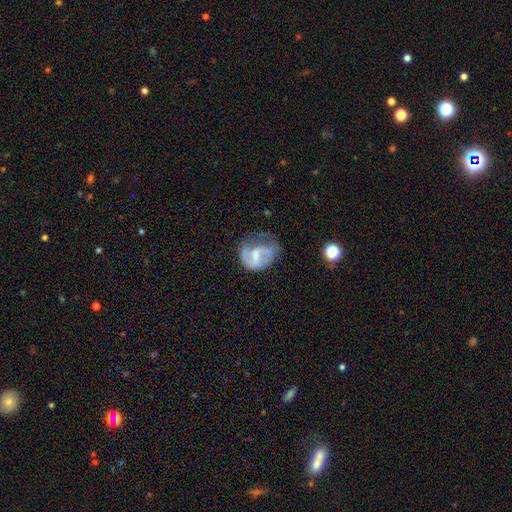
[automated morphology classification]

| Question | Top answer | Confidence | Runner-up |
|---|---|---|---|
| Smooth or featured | featured or disk | 64% | smooth (28%) |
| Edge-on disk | no | 98% | yes (2%) |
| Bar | weak | 49% | no (32%) |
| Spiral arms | yes | 63% | no (37%) |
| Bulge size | moderate | 35% | small (33%) |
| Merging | major disturbance | 34% | none (33%) |